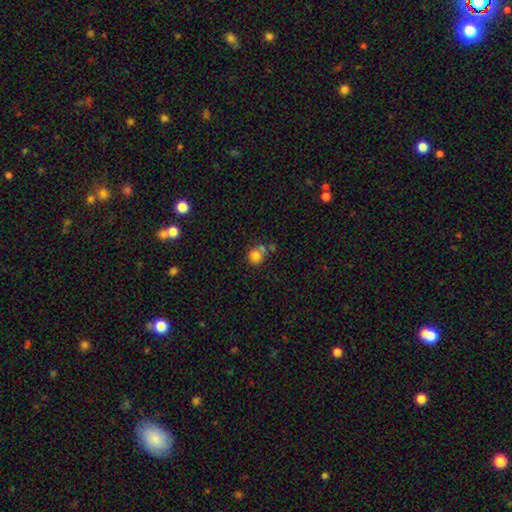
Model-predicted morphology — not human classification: type=smooth (79%); roundness=round (81%); merging=none (48%).